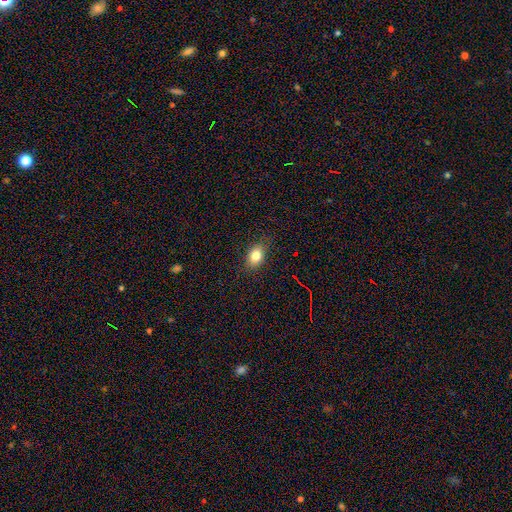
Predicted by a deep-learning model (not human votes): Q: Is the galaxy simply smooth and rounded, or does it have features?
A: smooth — 81%.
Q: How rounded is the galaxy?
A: in between — 75%.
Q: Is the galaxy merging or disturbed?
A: none — 84%.